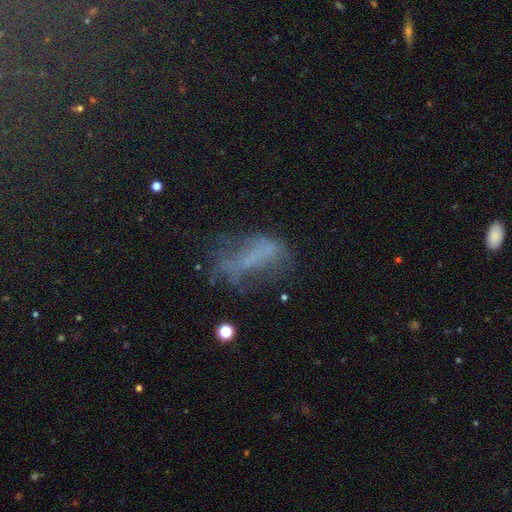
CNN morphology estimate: This is marginally a featured or disk galaxy (41%). Merging: marginally none (38%).